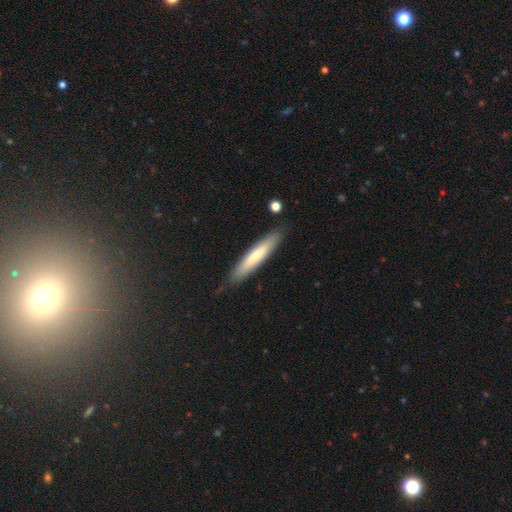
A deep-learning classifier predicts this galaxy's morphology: type=smooth (71%); roundness=cigar-shaped (88%); merging=none (84%).